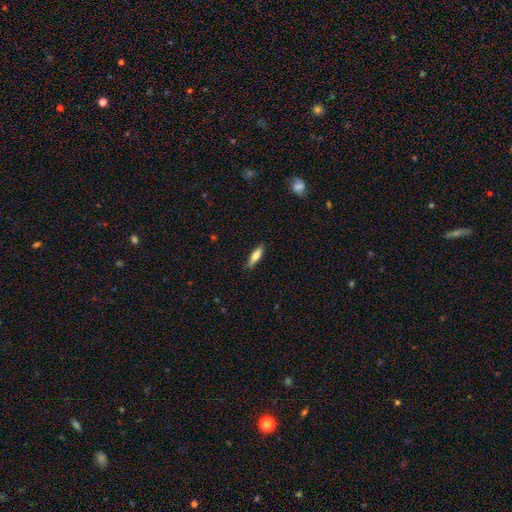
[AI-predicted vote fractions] smooth 69%, featured or disk 25%, star or artifact 6%. Down the decision tree: how rounded — cigar-shaped (65%); merging — none (87%).